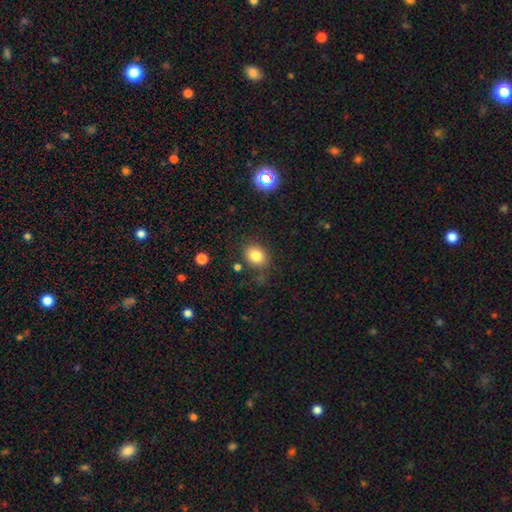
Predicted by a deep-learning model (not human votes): smooth-or-featured: smooth: 82% | star or artifact: 11% | featured or disk: 7%
  how-rounded: in between: 50% | round: 49% | cigar-shaped: 1%
  merging: none: 77% | minor disturbance: 14% | major disturbance: 5% | merger: 4%